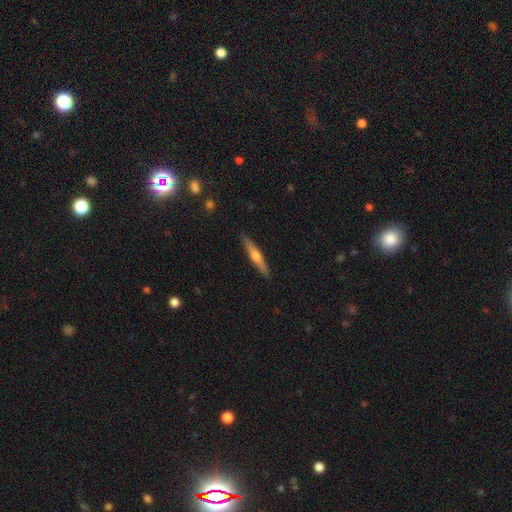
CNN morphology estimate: smooth_or_featured: featured or disk (p=0.55) [alt: smooth p=0.40]
disk_edge_on: yes (p=0.96) [alt: no p=0.04]
edge_on_bulge: rounded (p=0.87) [alt: none p=0.09]
merging: none (p=0.90) [alt: minor disturbance p=0.07]